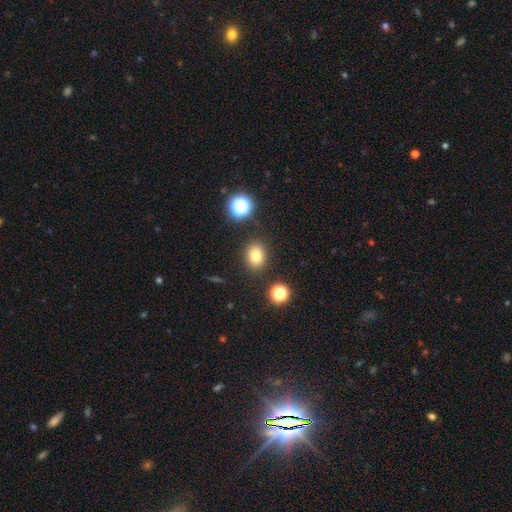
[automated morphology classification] A smooth galaxy with no disk features (79%) that is round (50%).

Vote fractions:
- Smooth or featured? smooth: 79% / star or artifact: 14% / featured or disk: 8%
- How rounded? round: 50% / in between: 49% / cigar-shaped: 1%
- Merging? none: 86% / minor disturbance: 8% / major disturbance: 3% / merger: 3%